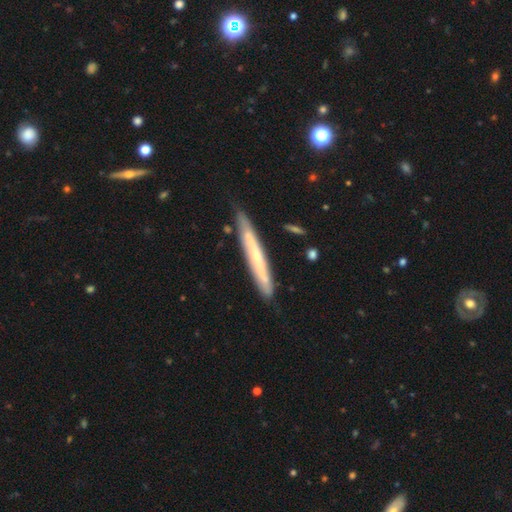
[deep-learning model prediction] smooth-or-featured: featured or disk: 53% | smooth: 40% | star or artifact: 6%
  disk-edge-on: yes: 86% | no: 14%
  merging: none: 80% | minor disturbance: 15% | major disturbance: 2% | merger: 2%